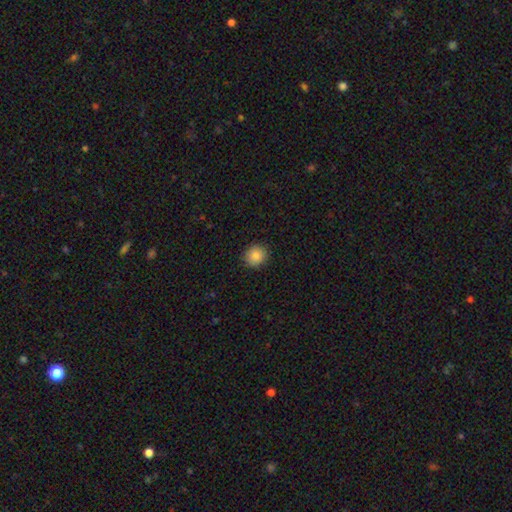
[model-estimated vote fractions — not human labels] Smooth or featured? smooth (86%)
How rounded? round (87%)
Merging? none (90%)